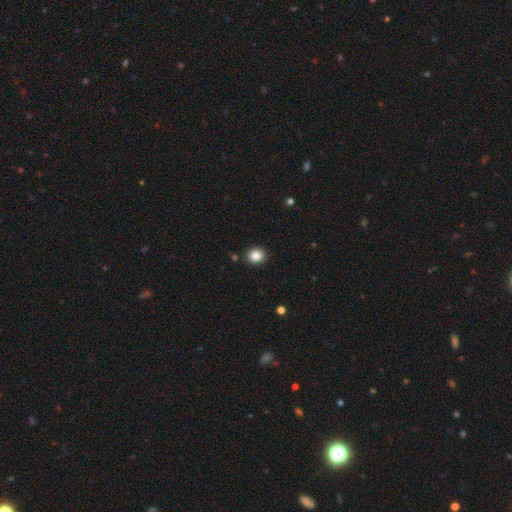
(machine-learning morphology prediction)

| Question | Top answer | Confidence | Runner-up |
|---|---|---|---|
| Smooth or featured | smooth | 85% | star or artifact (11%) |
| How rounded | round | 82% | in between (17%) |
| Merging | none | 90% | minor disturbance (6%) |